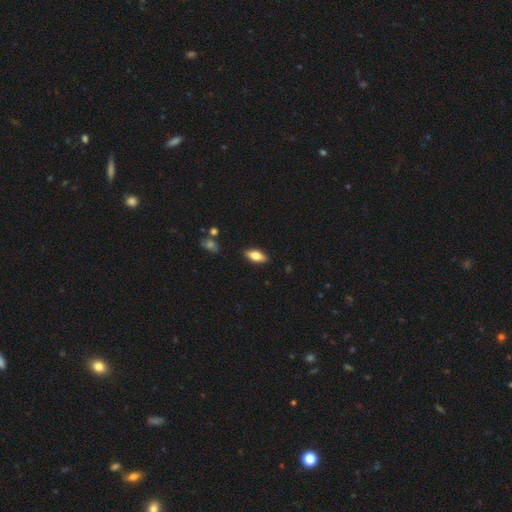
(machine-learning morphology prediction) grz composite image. It shows a smooth galaxy with no disk features (67%) that is in between round and cigar-shaped (82%). Merging: none (87%).